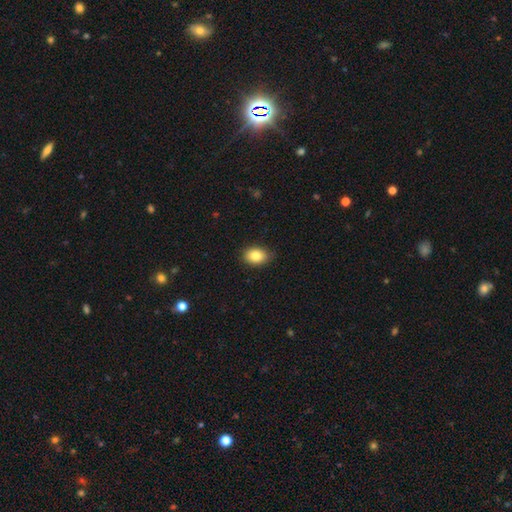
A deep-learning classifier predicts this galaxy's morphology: This is clearly a smooth galaxy (85%). How rounded: likely in between (77%). Merging: clearly none (84%).